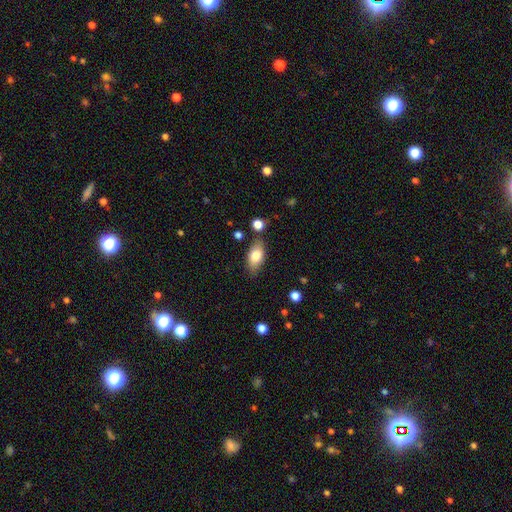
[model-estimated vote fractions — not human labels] Smooth or featured? Predicted: smooth (p=0.77). How rounded? Predicted: in between (p=0.89). Merging? Predicted: none (p=0.79).